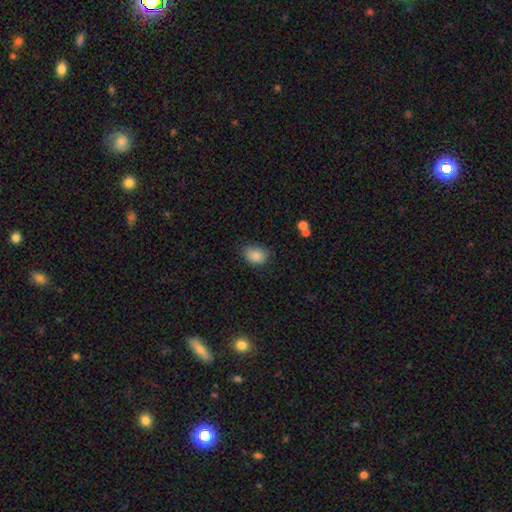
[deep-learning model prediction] A smooth galaxy with no disk features (86%) that is in between round and cigar-shaped (65%). Merging: none (72%).